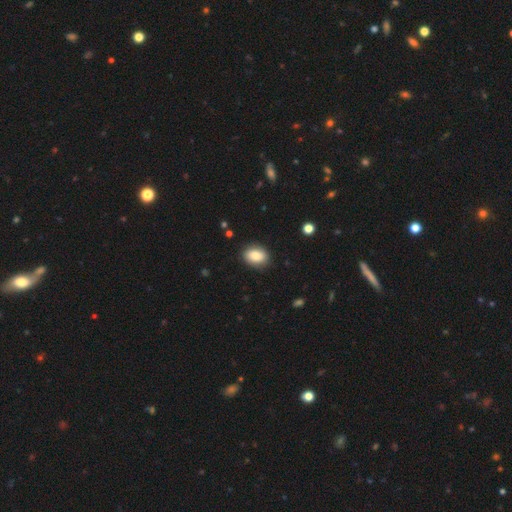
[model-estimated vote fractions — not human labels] This is clearly a smooth galaxy (85%). How rounded: likely in between (78%). Merging: clearly none (86%).